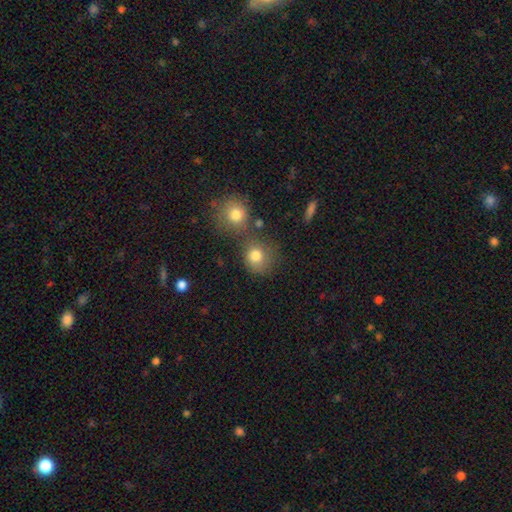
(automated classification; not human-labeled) This appears to be a smooth galaxy with no disk features (79%) that is round (83%). Merging: none (54%).